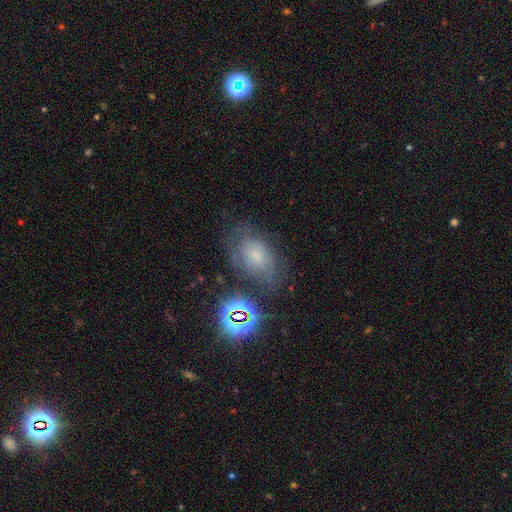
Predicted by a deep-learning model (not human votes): This appears to be a smooth galaxy with no disk features (48%). Merging: none (57%).